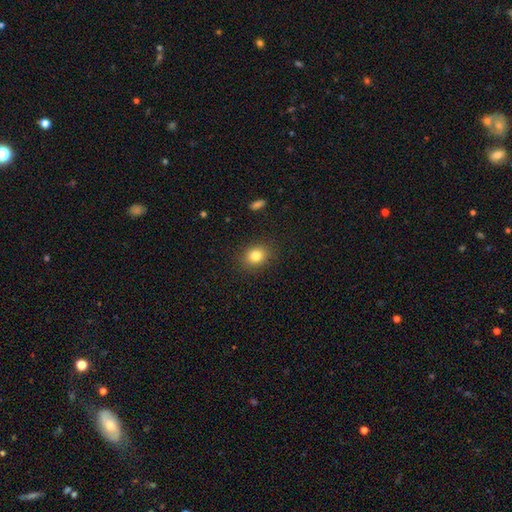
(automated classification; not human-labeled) Smooth or featured?
  - smooth: 82% *
  - star or artifact: 11%
  - featured or disk: 7%
How rounded?
  - round: 54% *
  - in between: 45%
  - cigar-shaped: 1%
Merging?
  - none: 88% *
  - minor disturbance: 8%
  - major disturbance: 3%
  - merger: 1%